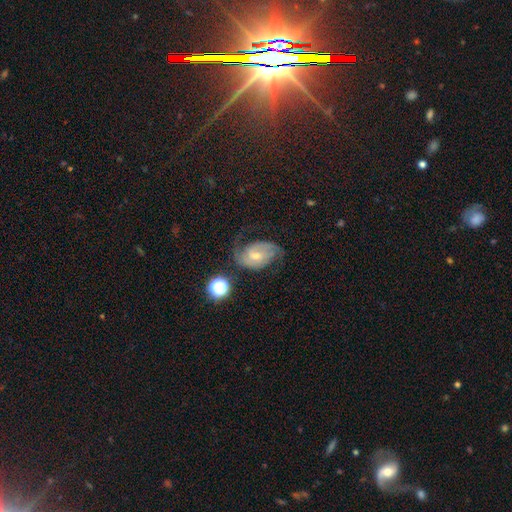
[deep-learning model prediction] This is likely a featured or disk galaxy (76%). It is clearly not viewed edge-on (97%). Bar: possibly weak (49%). Spiral arm pattern: clearly yes (94%). Spiral arm count: likely 2 (76%). Spiral winding: possibly medium (47%). Central bulge: possibly small (48%). Merging: likely none (60%).